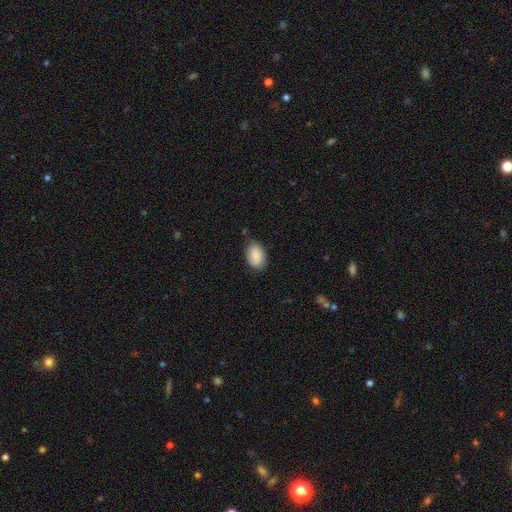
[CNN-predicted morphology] A smooth galaxy with no disk features (84%) that is in between round and cigar-shaped (87%).

Vote fractions:
- Smooth or featured? smooth: 84% / featured or disk: 9% / star or artifact: 7%
- How rounded? in between: 87% / round: 11% / cigar-shaped: 1%
- Merging? none: 72% / minor disturbance: 22% / major disturbance: 4% / merger: 2%